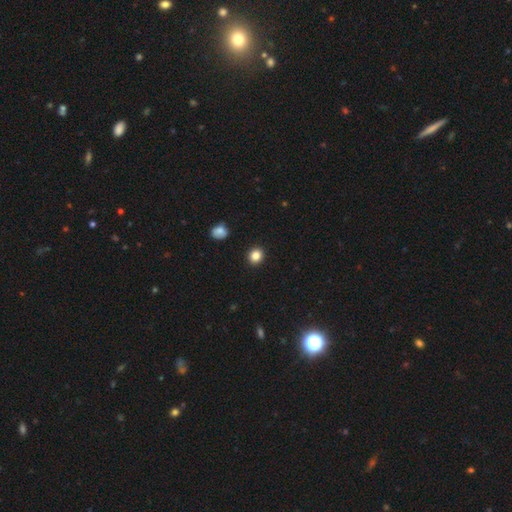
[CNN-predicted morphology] smooth-or-featured: smooth: 85% | star or artifact: 11% | featured or disk: 4%
  how-rounded: round: 78% | in between: 21% | cigar-shaped: 1%
  merging: none: 92% | minor disturbance: 5% | major disturbance: 2% | merger: 1%